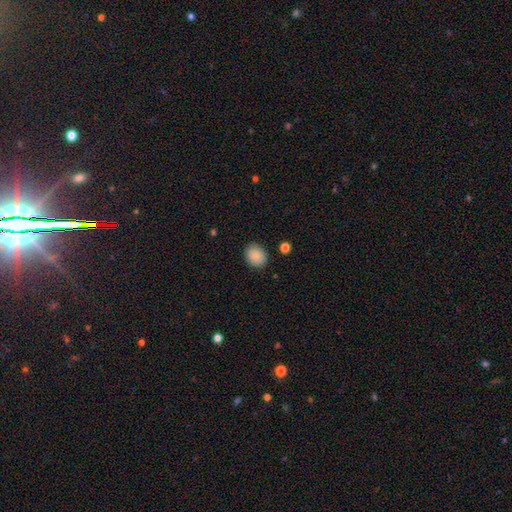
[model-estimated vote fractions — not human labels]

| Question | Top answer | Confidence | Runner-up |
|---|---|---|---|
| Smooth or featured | smooth | 87% | star or artifact (8%) |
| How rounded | round | 52% | in between (47%) |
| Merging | none | 85% | minor disturbance (11%) |